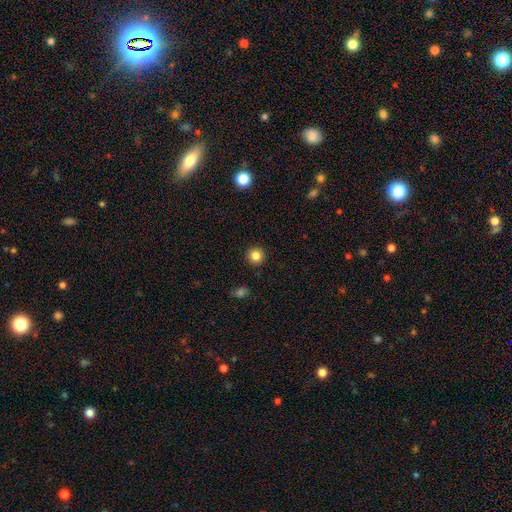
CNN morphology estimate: Smooth or featured?
  - smooth: 84% *
  - star or artifact: 11%
  - featured or disk: 5%
How rounded?
  - round: 95% *
  - in between: 4%
  - cigar-shaped: 1%
Merging?
  - none: 93% *
  - minor disturbance: 4%
  - major disturbance: 2%
  - merger: 1%